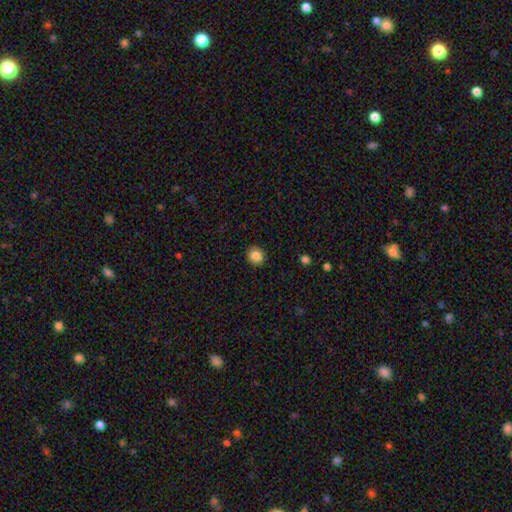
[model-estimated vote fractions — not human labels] A smooth galaxy with no disk features (86%) that is round (82%). Merging: none (91%).